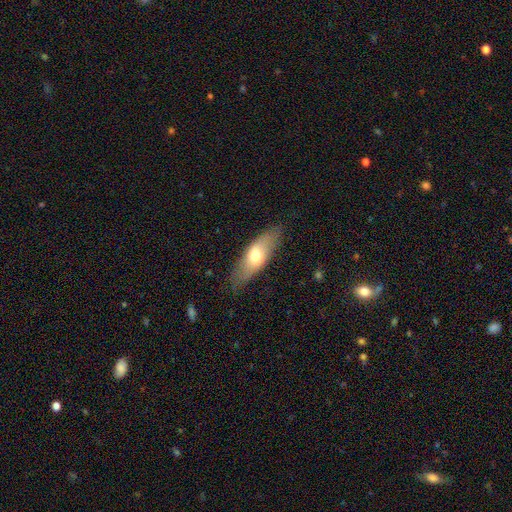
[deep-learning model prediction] Smooth or featured? Predicted: smooth (p=0.63). How rounded? Predicted: in between (p=0.62). Merging? Predicted: none (p=0.79).